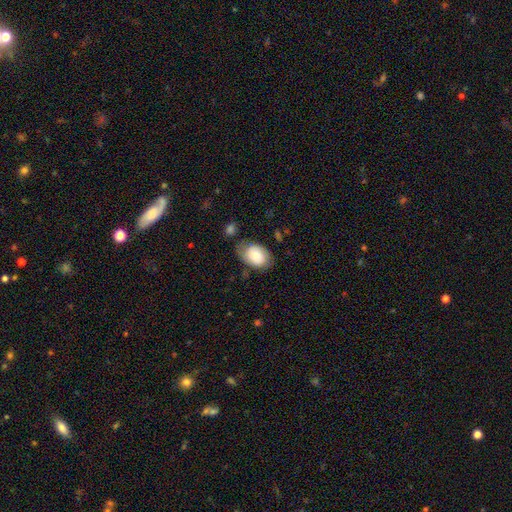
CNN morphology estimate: Q: Smooth or featured?
A: smooth (75%); runner-up: featured or disk (18%)
Q: How rounded?
A: in between (83%); runner-up: round (16%)
Q: Merging?
A: none (62%); runner-up: minor disturbance (26%)